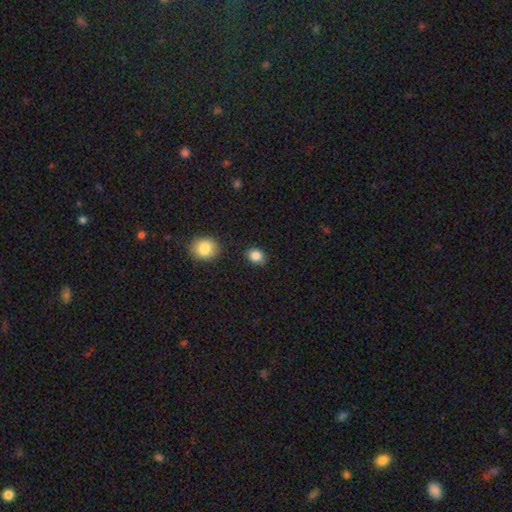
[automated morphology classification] This appears to be a smooth galaxy with no disk features (86%) that is in between round and cigar-shaped (57%). Merging: none (83%).